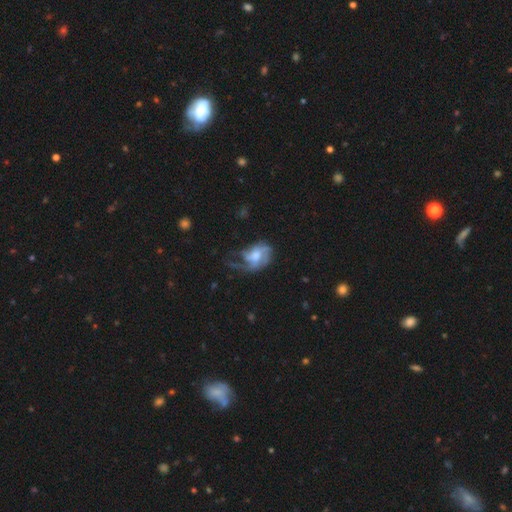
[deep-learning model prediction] A featured or disk galaxy (67%) with no bar (62%), medium (39%, tied with loose) spiral arms (80%) and a moderate central bulge (49%).

Vote fractions:
- Smooth or featured? featured or disk: 67% / smooth: 26% / star or artifact: 8%
- Edge-on disk? no: 97% / yes: 3%
- Bar? no: 62% / weak: 31% / strong: 7%
- Spiral arms? yes: 80% / no: 20%
- Spiral winding? medium: 39% (tied) / loose: 39% (tied) / tight: 22%
- Spiral arm count? can't tell: 29% / 3: 23% / 2: 20% / 1: 15% / 4: 8% / more than 4: 5%
- Bulge size? moderate: 49% / large: 25% / small: 15% / none: 9% / dominant: 2%
- Merging? major disturbance: 44% / none: 30% / minor disturbance: 23% / merger: 3%